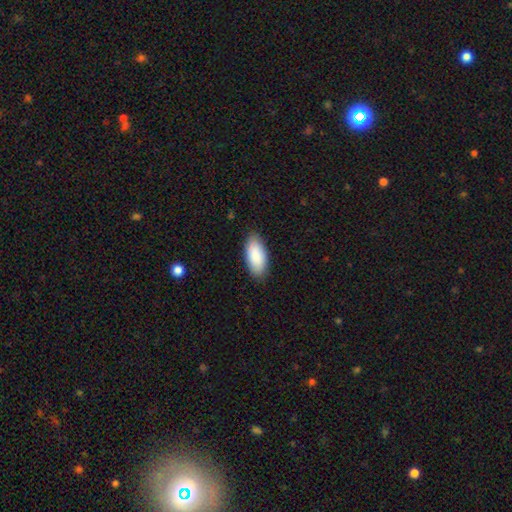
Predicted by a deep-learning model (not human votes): Smooth or featured?
  - smooth: 87% *
  - featured or disk: 7%
  - star or artifact: 5%
How rounded?
  - in between: 91% *
  - cigar-shaped: 7%
  - round: 2%
Merging?
  - none: 86% *
  - minor disturbance: 11%
  - major disturbance: 2%
  - merger: 1%